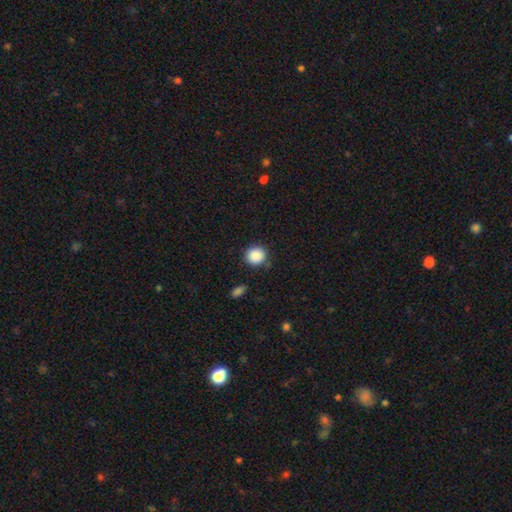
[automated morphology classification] This appears to be a smooth galaxy with no disk features (88%) that is round (91%). Merging: none (86%).